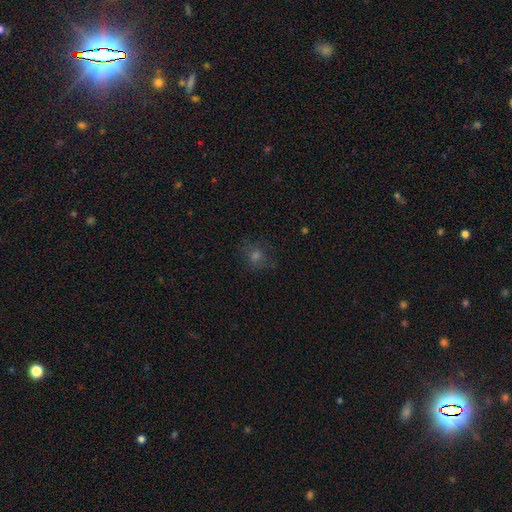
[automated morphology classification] This is possibly a smooth galaxy (54%). How rounded: likely round (79%). Merging: likely none (80%).